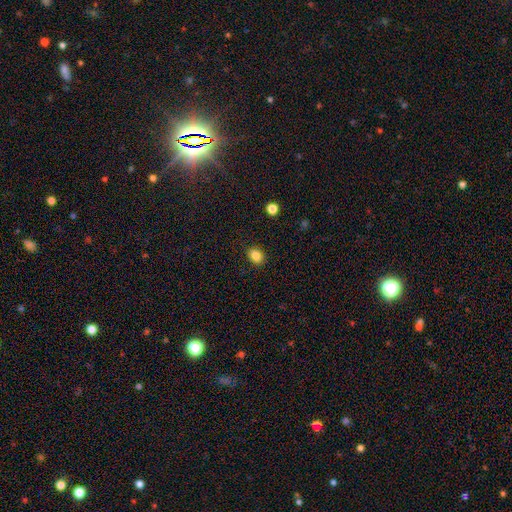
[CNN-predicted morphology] Q: Smooth or featured?
A: smooth (85%); runner-up: star or artifact (11%)
Q: How rounded?
A: round (53%); runner-up: in between (46%)
Q: Merging?
A: none (87%); runner-up: minor disturbance (9%)